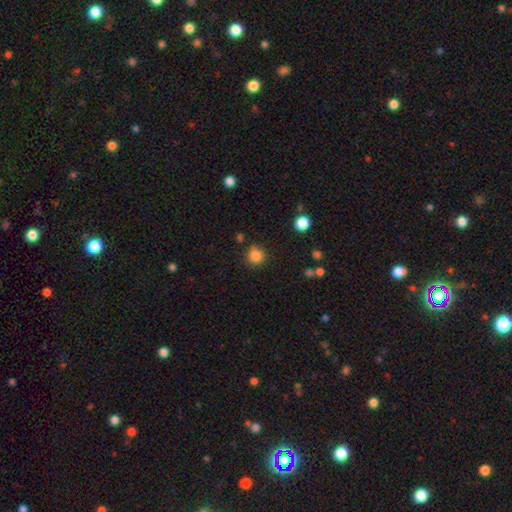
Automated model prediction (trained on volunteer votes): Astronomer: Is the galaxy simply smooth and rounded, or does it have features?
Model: smooth — 84%.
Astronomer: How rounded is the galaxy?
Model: round — 89%.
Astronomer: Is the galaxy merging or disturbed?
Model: none — 79%.